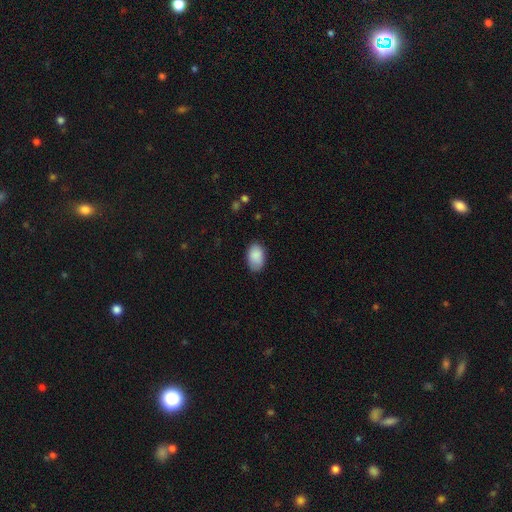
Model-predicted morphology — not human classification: Overall: smooth (89%). How rounded: in between (92%). Merging: none (79%).